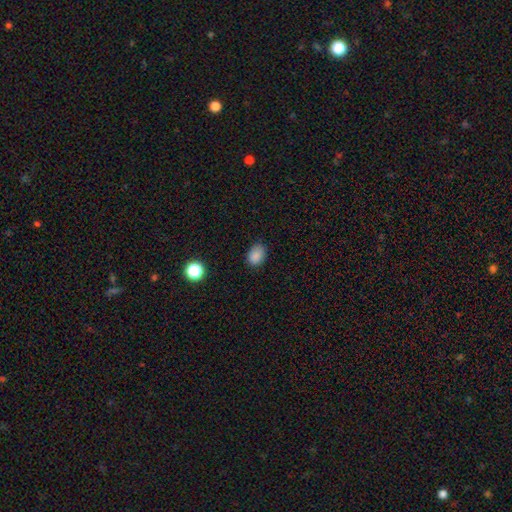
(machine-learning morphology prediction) smooth-or-featured: smooth: 85% | star or artifact: 11% | featured or disk: 4%
  how-rounded: in between: 73% | round: 26% | cigar-shaped: 1%
  merging: none: 81% | minor disturbance: 15% | major disturbance: 3% | merger: 1%